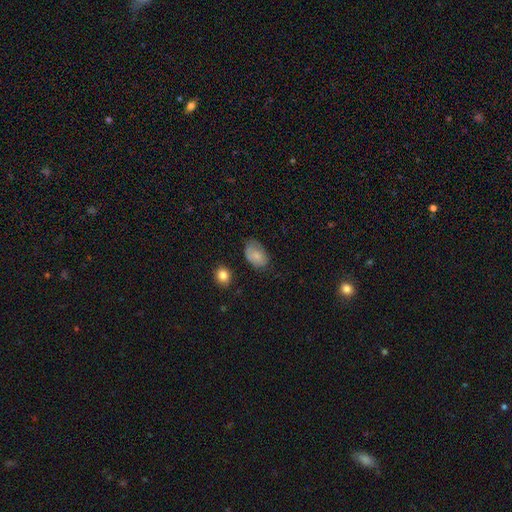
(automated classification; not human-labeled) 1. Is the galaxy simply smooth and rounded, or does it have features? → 77% smooth, 15% featured or disk, 8% star or artifact.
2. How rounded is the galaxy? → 87% in between, 12% round, 1% cigar-shaped.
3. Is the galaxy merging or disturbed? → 62% none, 28% minor disturbance, 8% major disturbance, 2% merger.